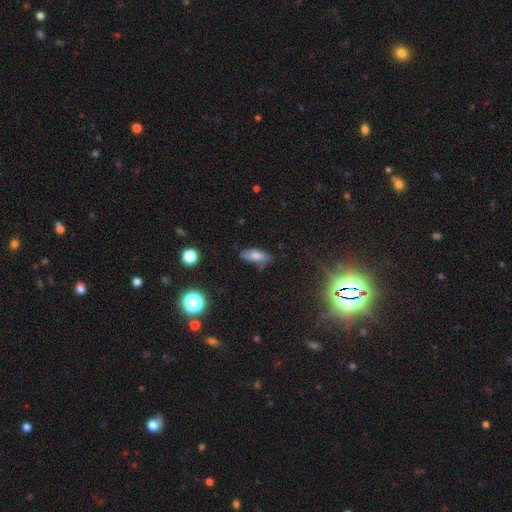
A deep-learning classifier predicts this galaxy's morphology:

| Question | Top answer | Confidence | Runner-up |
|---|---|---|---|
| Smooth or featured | smooth | 71% | featured or disk (17%) |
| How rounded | in between | 77% | cigar-shaped (19%) |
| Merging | none | 64% | minor disturbance (27%) |